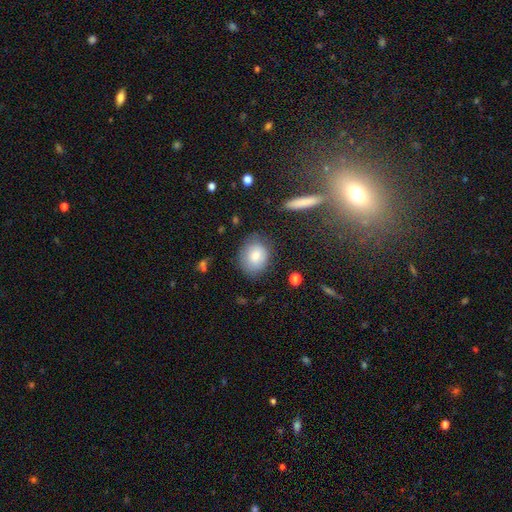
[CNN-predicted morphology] Smooth or featured?
  - smooth: 78% *
  - featured or disk: 14%
  - star or artifact: 8%
How rounded?
  - round: 56% *
  - in between: 43%
  - cigar-shaped: 1%
Merging?
  - none: 76% *
  - minor disturbance: 17%
  - major disturbance: 5%
  - merger: 2%